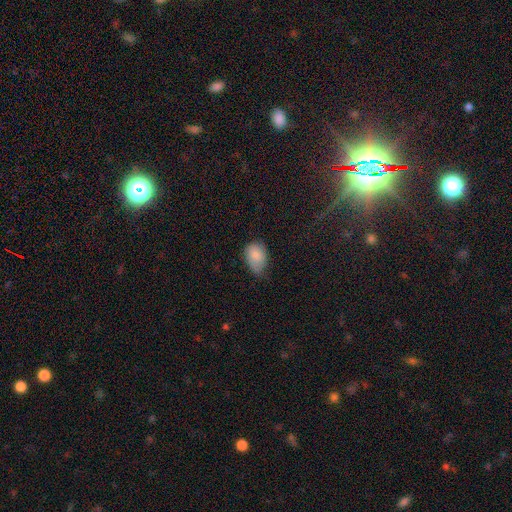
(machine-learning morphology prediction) A smooth galaxy with no disk features (85%) that is in between round and cigar-shaped (80%).

Vote fractions:
- Smooth or featured? smooth: 85% / star or artifact: 8% / featured or disk: 7%
- How rounded? in between: 80% / round: 19% / cigar-shaped: 1%
- Merging? minor disturbance: 47% / none: 41% / major disturbance: 11% / merger: 2%